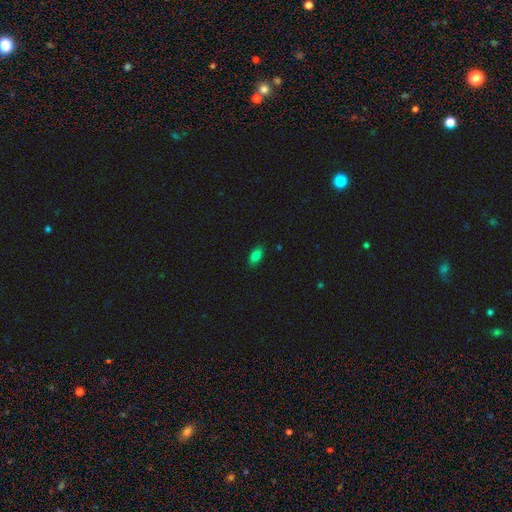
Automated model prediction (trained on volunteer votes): This appears to be a smooth galaxy with no disk features (80%) that is in between round and cigar-shaped (89%). Merging: none (86%).